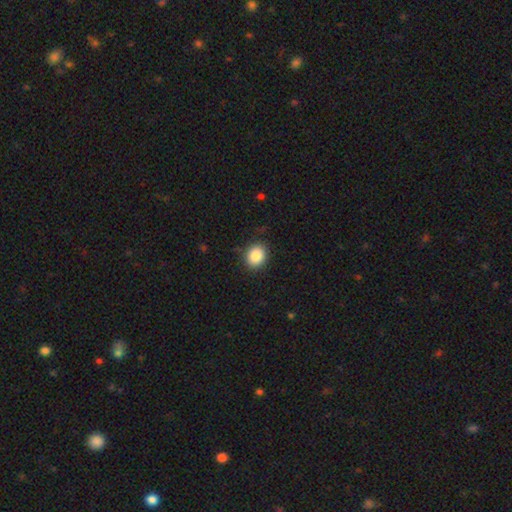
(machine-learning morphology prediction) The model was most divided on "how rounded": round: 65%, in between: 34%, cigar-shaped: 1%. More confident: smooth or featured — smooth (87%); merging — none (87%).